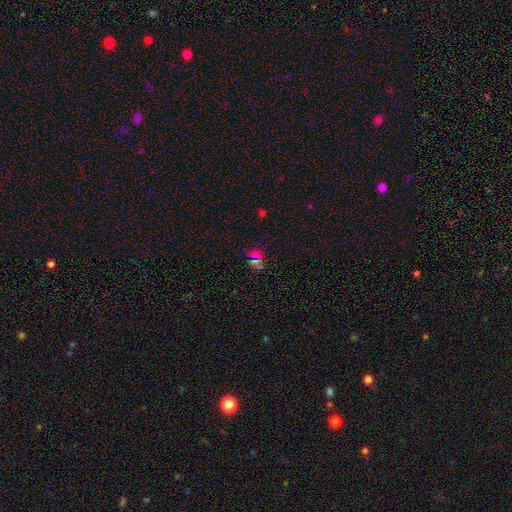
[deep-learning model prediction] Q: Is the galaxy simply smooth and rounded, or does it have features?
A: smooth — 47%.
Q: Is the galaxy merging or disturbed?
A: none — 78%.